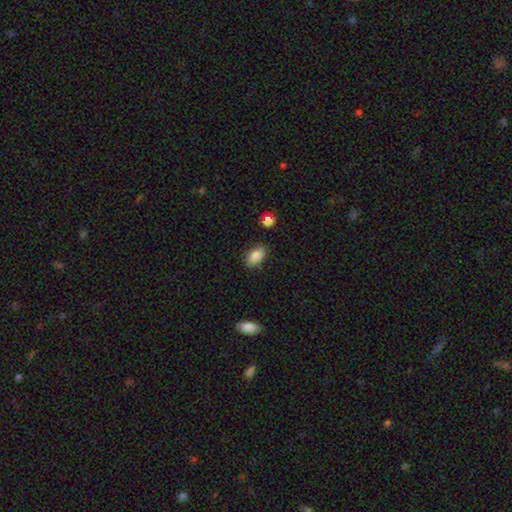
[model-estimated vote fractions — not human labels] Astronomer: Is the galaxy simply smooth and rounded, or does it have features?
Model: smooth — 83%.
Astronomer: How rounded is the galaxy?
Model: in between — 91%.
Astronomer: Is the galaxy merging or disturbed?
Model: none — 83%.